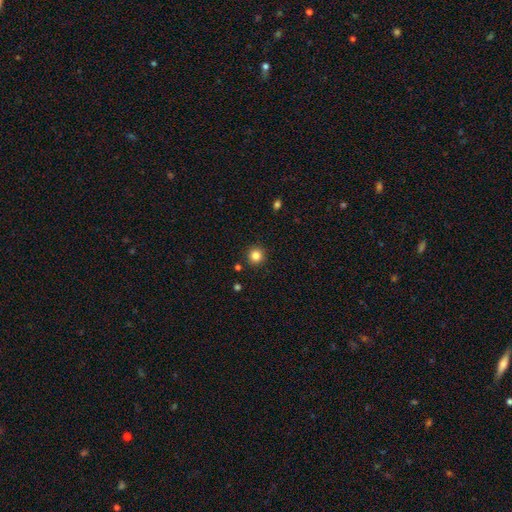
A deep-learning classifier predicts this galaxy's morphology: Smooth or featured? Predicted: smooth (p=0.84). How rounded? Predicted: round (p=0.95). Merging? Predicted: none (p=0.91).